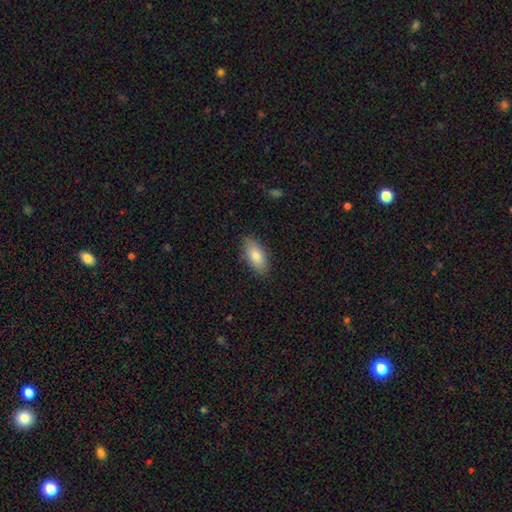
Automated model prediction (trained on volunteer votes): smooth 81%, featured or disk 13%, star or artifact 7%. Down the decision tree: how rounded — in between (89%); merging — none (86%).